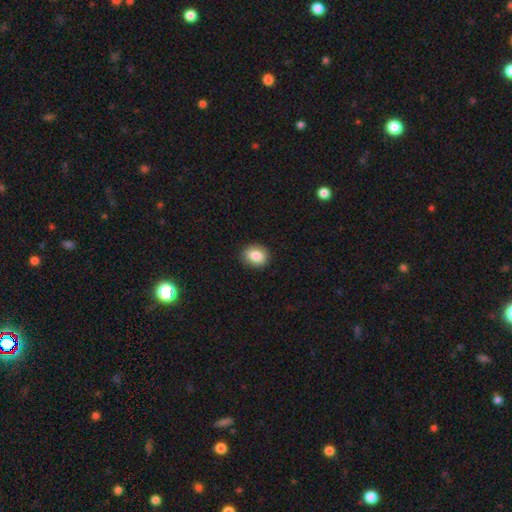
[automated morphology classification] Smooth or featured? smooth (84%)
How rounded? in between (50%)
Merging? none (89%)